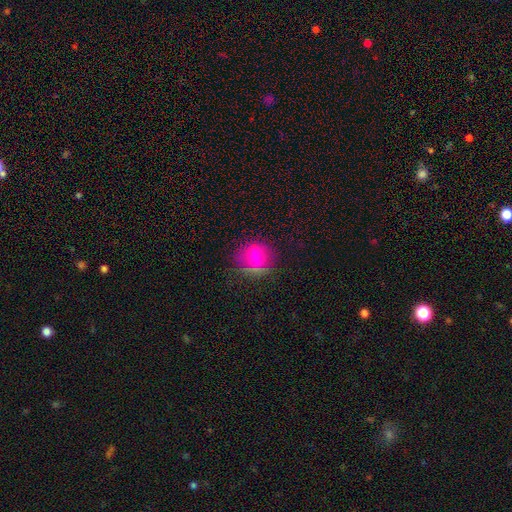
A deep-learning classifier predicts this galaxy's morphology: type=smooth (73%); roundness=round (81%); merging=none (75%).